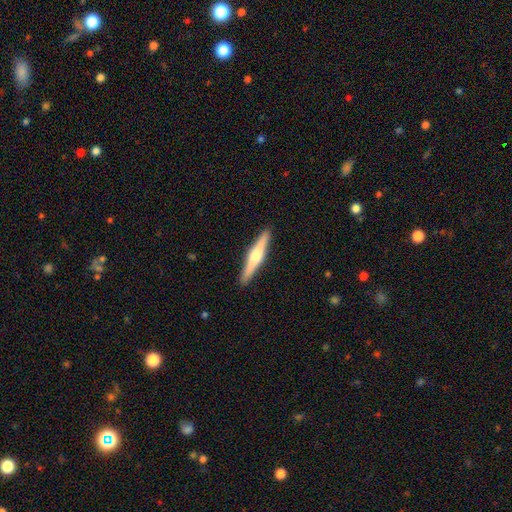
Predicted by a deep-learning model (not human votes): Smooth or featured? Predicted: featured or disk (p=0.57). Edge-on disk? Predicted: yes (p=0.97). Edge-on bulge? Predicted: rounded (p=0.85). Merging? Predicted: none (p=0.92).